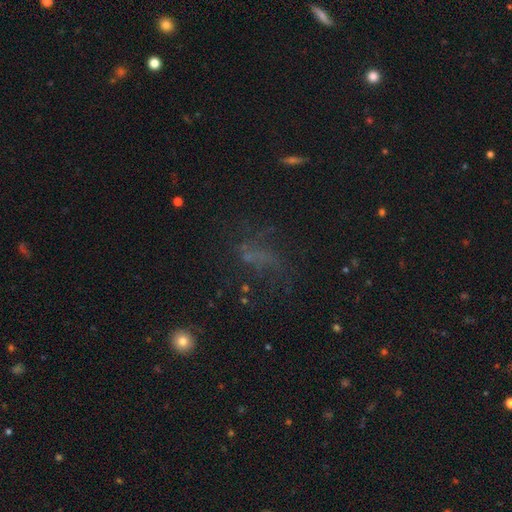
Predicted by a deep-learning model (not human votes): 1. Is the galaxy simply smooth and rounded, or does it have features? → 35% smooth, 34% star or artifact, 31% featured or disk.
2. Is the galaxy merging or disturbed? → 45% none, 32% major disturbance, 18% minor disturbance, 5% merger.